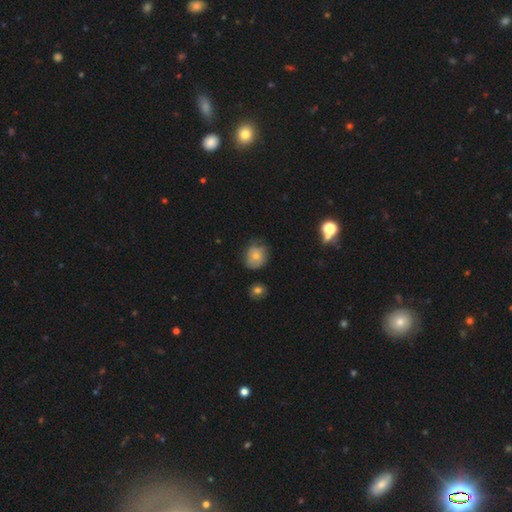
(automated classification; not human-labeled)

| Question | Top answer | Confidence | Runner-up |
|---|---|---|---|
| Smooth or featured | smooth | 64% | featured or disk (26%) |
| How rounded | round | 68% | in between (31%) |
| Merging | none | 58% | minor disturbance (32%) |